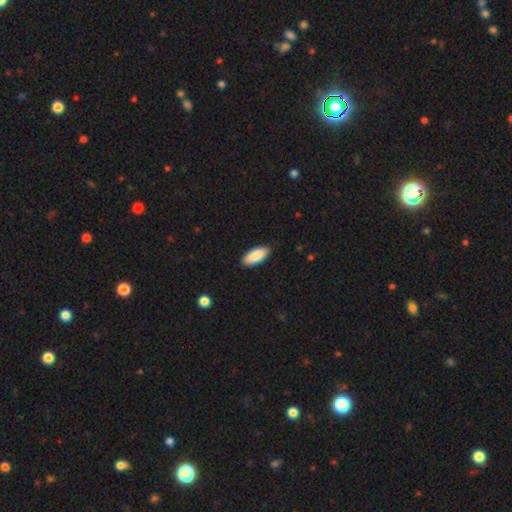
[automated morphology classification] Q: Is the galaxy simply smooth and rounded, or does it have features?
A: smooth — 89%.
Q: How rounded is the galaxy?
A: in between — 87%.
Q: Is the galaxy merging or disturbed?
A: none — 88%.